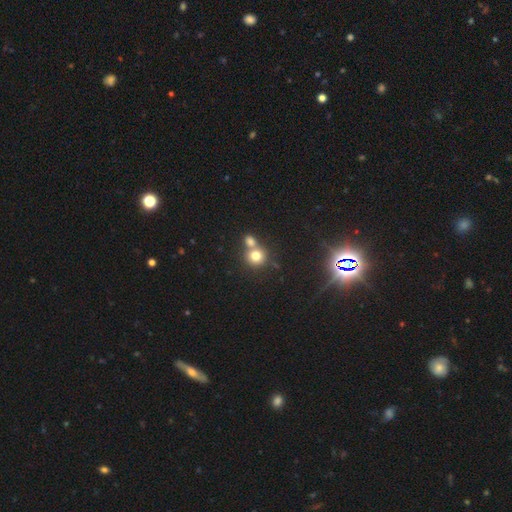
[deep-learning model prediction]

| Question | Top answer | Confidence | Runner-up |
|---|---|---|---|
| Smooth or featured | smooth | 76% | star or artifact (13%) |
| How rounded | round | 87% | in between (12%) |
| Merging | none | 46% | merger (44%) |